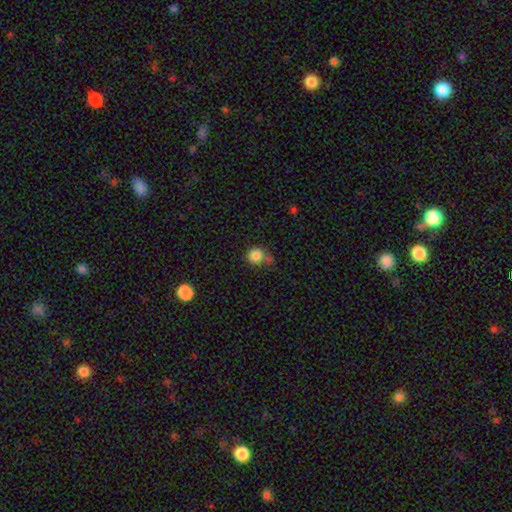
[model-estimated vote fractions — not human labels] A smooth galaxy with no disk features (84%) that is round (91%).

Vote fractions:
- Smooth or featured? smooth: 84% / star or artifact: 11% / featured or disk: 5%
- How rounded? round: 91% / in between: 8% / cigar-shaped: 1%
- Merging? none: 61% / minor disturbance: 18% / merger: 15% / major disturbance: 6%